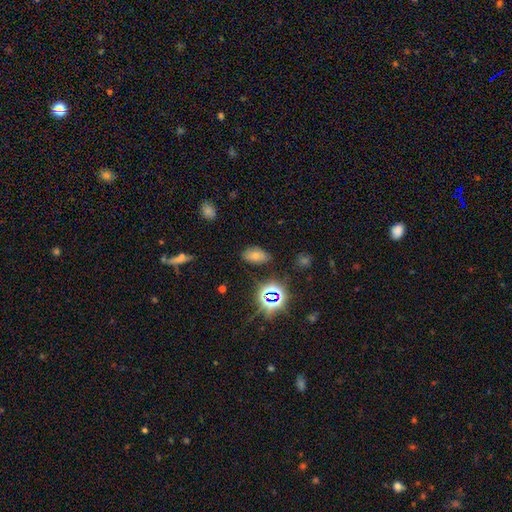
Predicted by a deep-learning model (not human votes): smooth_or_featured: smooth (p=0.63) [alt: star or artifact p=0.25]
how_rounded: in between (p=0.92) [alt: round p=0.06]
merging: none (p=0.78) [alt: minor disturbance p=0.15]